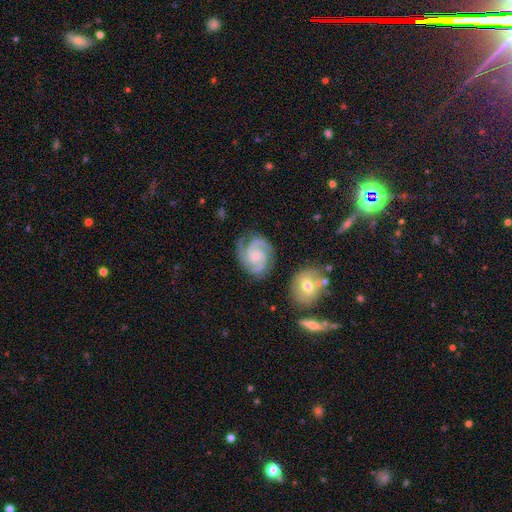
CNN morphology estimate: The model was most divided on "spiral arm count": 2: 54%, 3: 34%, can't tell: 4%, 4: 3%, 1: 2%, more than 4: 2%. More confident: spiral arms — yes (99%); edge-on disk — no (98%); smooth or featured — featured or disk (91%); merging — none (74%); bar — no (72%); bulge size — small (64%); spiral winding — tight (64%).